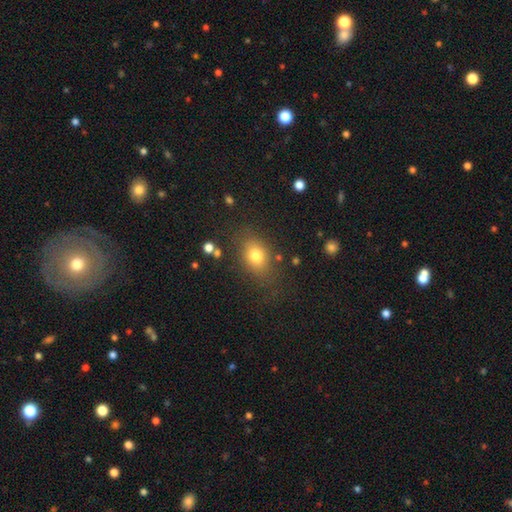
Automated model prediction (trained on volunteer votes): smooth_or_featured: smooth (p=0.77) [alt: star or artifact p=0.12]
how_rounded: in between (p=0.67) [alt: round p=0.31]
merging: none (p=0.76) [alt: minor disturbance p=0.15]